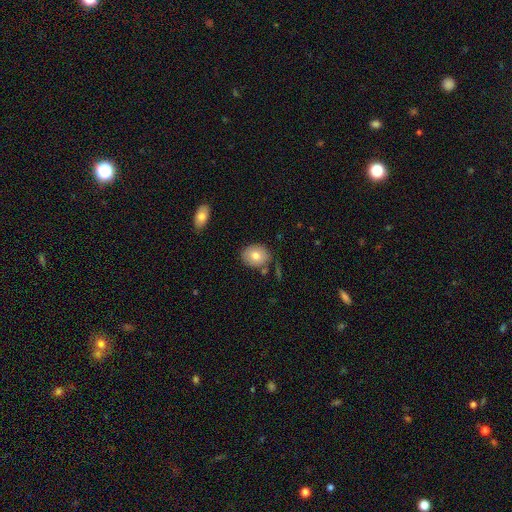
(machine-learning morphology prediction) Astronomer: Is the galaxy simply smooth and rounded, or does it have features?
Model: smooth — 78%.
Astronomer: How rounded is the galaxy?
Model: round — 53% (runner-up: in between, 46%).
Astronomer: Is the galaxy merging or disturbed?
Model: none — 77%.